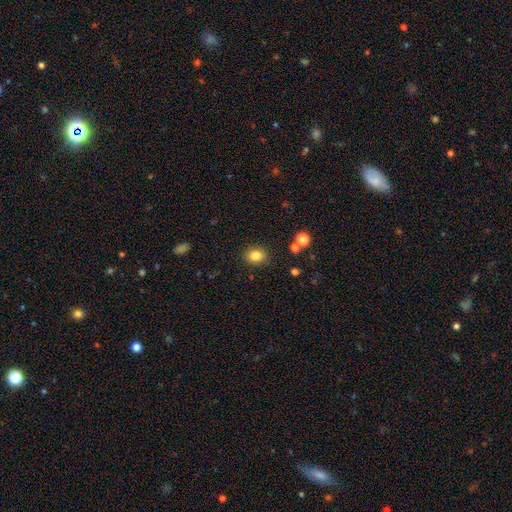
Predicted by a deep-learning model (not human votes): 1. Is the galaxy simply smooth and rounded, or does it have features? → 82% smooth, 11% star or artifact, 7% featured or disk.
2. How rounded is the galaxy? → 53% round, 47% in between, 1% cigar-shaped.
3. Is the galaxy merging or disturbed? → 87% none, 8% minor disturbance, 2% major disturbance, 2% merger.